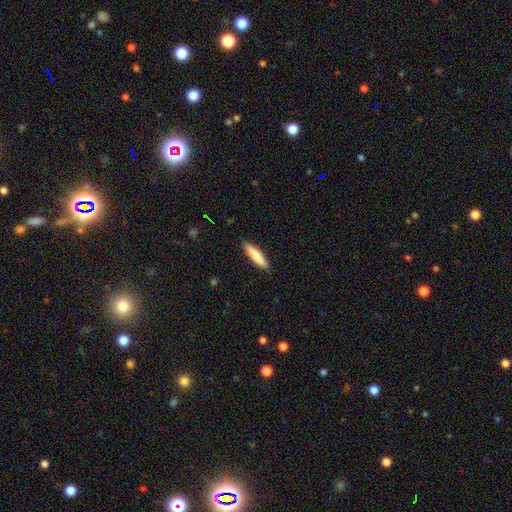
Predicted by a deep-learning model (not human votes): Smooth or featured? smooth (78%)
How rounded? cigar-shaped (75%)
Merging? none (87%)